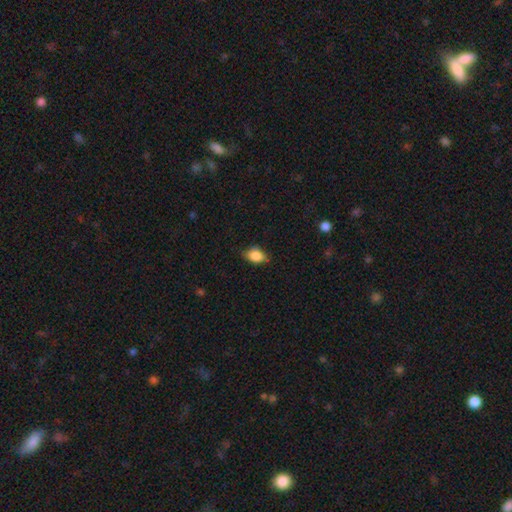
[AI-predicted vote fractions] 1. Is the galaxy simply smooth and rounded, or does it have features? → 84% smooth, 8% star or artifact, 7% featured or disk.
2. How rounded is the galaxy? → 76% in between, 22% round, 2% cigar-shaped.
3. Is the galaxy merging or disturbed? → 72% none, 23% minor disturbance, 4% major disturbance, 1% merger.